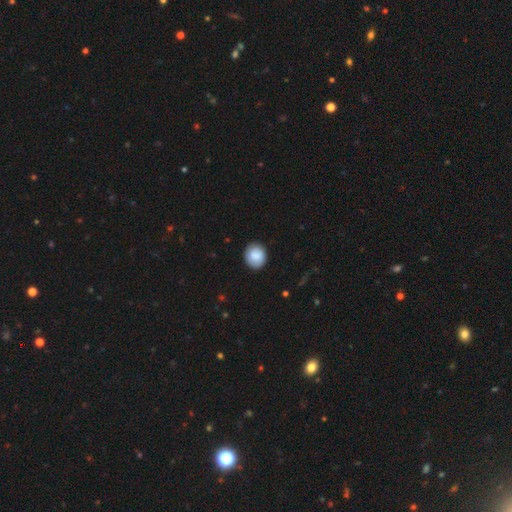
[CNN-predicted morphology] A smooth galaxy with no disk features (83%) that is round (74%).

Vote fractions:
- Smooth or featured? smooth: 83% / featured or disk: 10% / star or artifact: 7%
- How rounded? round: 74% / in between: 25% / cigar-shaped: 1%
- Merging? none: 86% / minor disturbance: 11% / major disturbance: 2% / merger: 1%